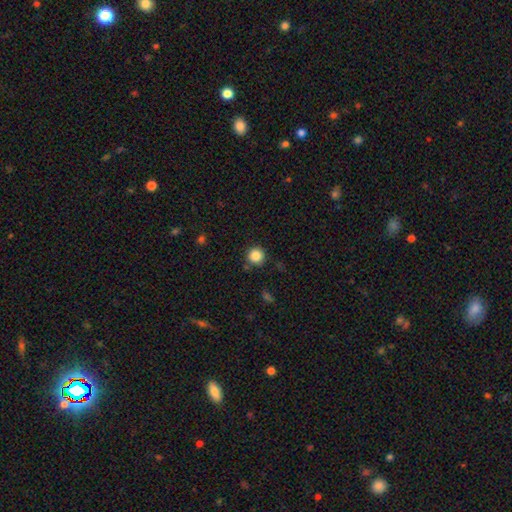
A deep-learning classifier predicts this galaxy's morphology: Overall: smooth (85%). How rounded: round (95%). Merging: none (87%).